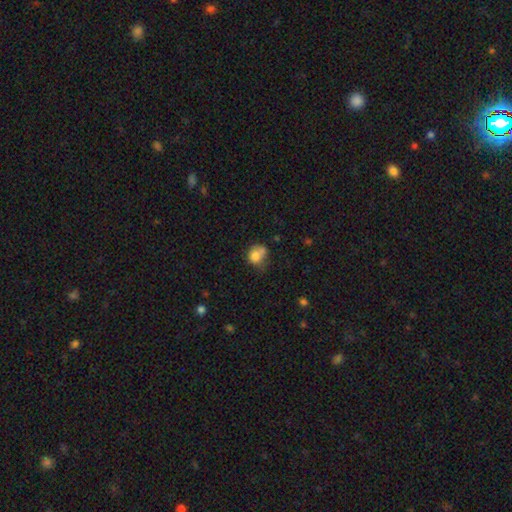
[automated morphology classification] smooth_or_featured: smooth (p=0.76) [alt: featured or disk p=0.13]
how_rounded: round (p=0.60) [alt: in between p=0.39]
merging: none (p=0.35) [alt: merger p=0.27]